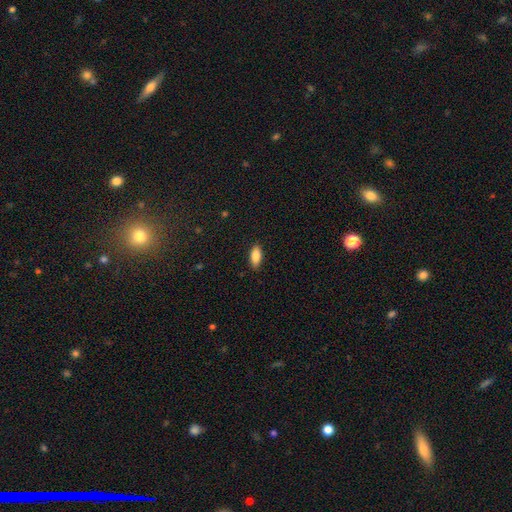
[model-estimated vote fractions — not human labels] Morphology: type=smooth (85%); roundness=in between (83%); merging=none (87%).